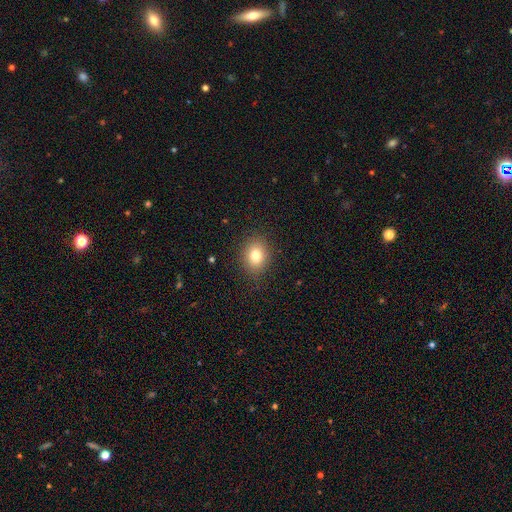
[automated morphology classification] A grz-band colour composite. It shows a smooth galaxy with no disk features (79%) that is round (56%). Merging: none (88%).